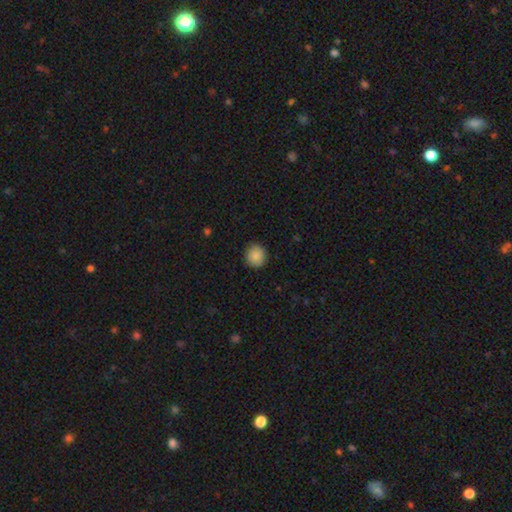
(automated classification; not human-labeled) A smooth galaxy with no disk features (88%) that is round (89%). Merging: none (90%).